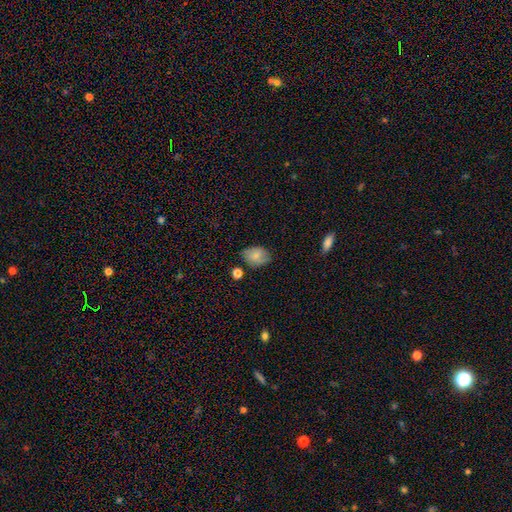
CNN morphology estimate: smooth 74%, featured or disk 17%, star or artifact 9%. Down the decision tree: how rounded — in between (76%); merging — none (67%).